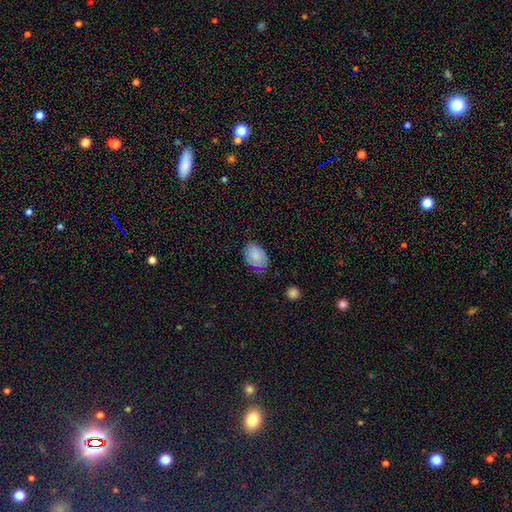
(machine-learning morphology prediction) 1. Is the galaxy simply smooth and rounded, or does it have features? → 76% smooth, 15% featured or disk, 9% star or artifact.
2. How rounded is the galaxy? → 84% in between, 15% round, 1% cigar-shaped.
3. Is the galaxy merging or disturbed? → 70% none, 23% minor disturbance, 5% major disturbance, 2% merger.